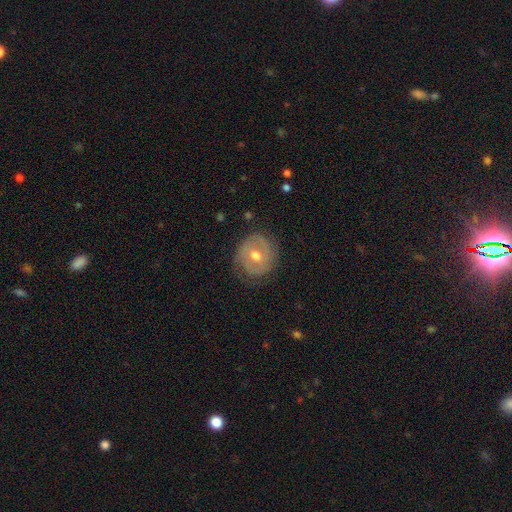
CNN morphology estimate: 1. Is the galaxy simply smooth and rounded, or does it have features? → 64% featured or disk, 29% smooth, 7% star or artifact.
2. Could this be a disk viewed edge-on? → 96% no, 4% yes.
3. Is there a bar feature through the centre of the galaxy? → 66% no, 26% weak, 7% strong.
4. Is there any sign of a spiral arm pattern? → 65% yes, 35% no.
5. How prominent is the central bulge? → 82% moderate, 12% small, 5% large, 1% none, 1% dominant.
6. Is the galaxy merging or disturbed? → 75% none, 18% minor disturbance, 6% major disturbance, 1% merger.